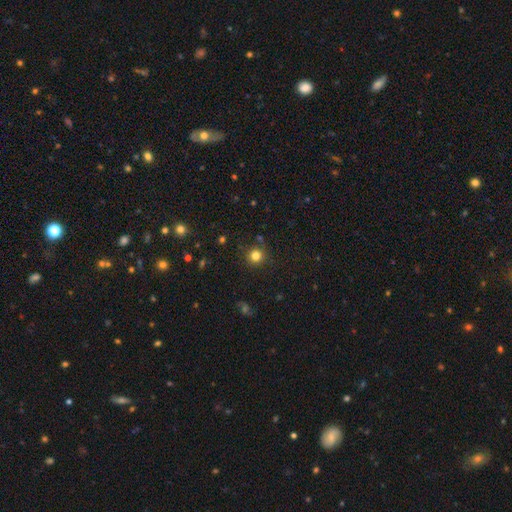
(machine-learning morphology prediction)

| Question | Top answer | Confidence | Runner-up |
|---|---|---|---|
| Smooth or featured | smooth | 80% | star or artifact (15%) |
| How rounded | round | 93% | in between (6%) |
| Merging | none | 86% | minor disturbance (8%) |